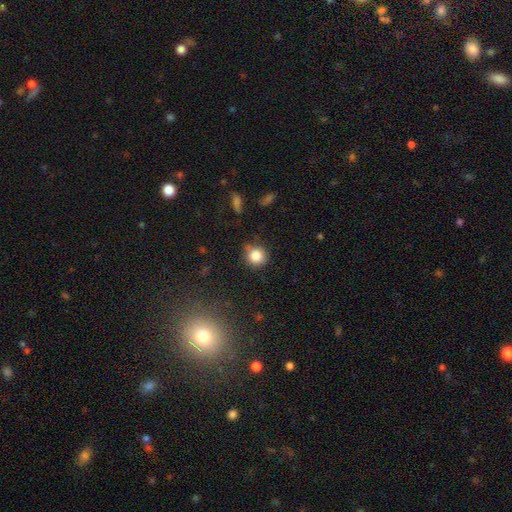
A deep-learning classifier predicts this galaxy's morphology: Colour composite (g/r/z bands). It shows a smooth galaxy with no disk features (83%) that is round (89%). Merging: none (76%).